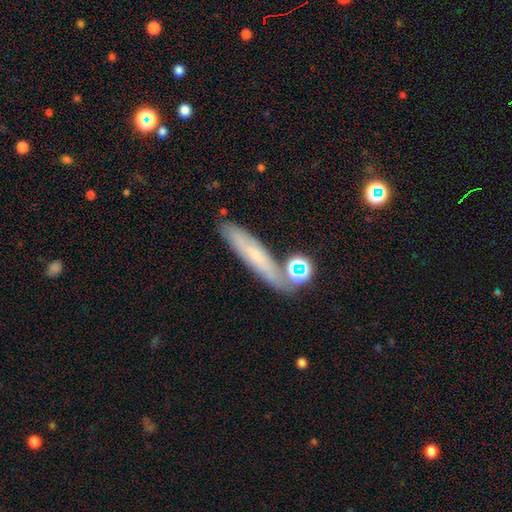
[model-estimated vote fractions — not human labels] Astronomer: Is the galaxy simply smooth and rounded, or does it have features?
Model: smooth — 54% (runner-up: featured or disk, 33%).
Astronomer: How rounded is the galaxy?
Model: cigar-shaped — 79%.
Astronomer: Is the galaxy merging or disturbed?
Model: none — 71%.